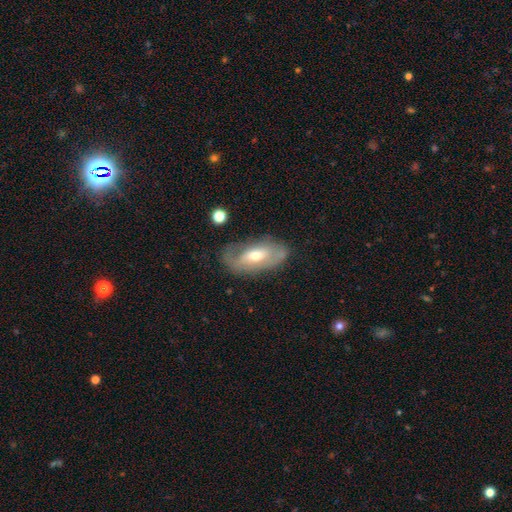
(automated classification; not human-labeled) A featured or disk galaxy (55%). Merging: none (62%).